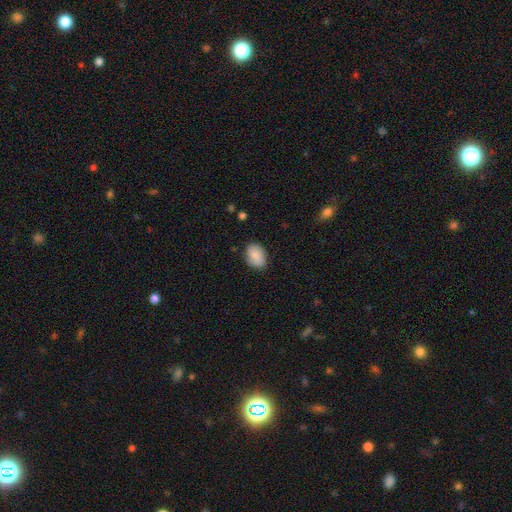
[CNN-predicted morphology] smooth 85%, featured or disk 8%, star or artifact 7%. Down the decision tree: how rounded — in between (80%); merging — none (78%).